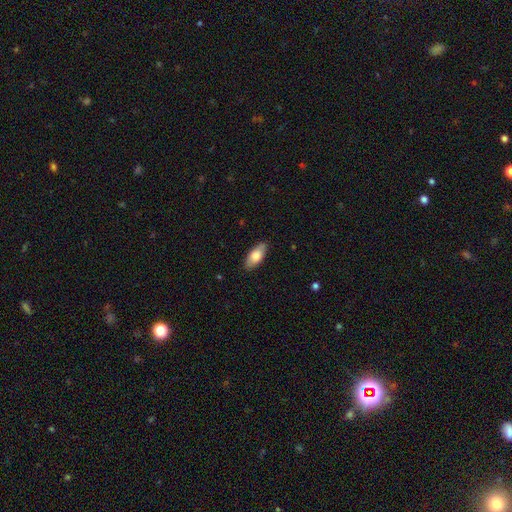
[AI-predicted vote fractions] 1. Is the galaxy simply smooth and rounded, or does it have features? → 75% smooth, 19% featured or disk, 6% star or artifact.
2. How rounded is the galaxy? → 88% in between, 10% cigar-shaped, 2% round.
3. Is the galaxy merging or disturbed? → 84% none, 13% minor disturbance, 2% major disturbance, 1% merger.